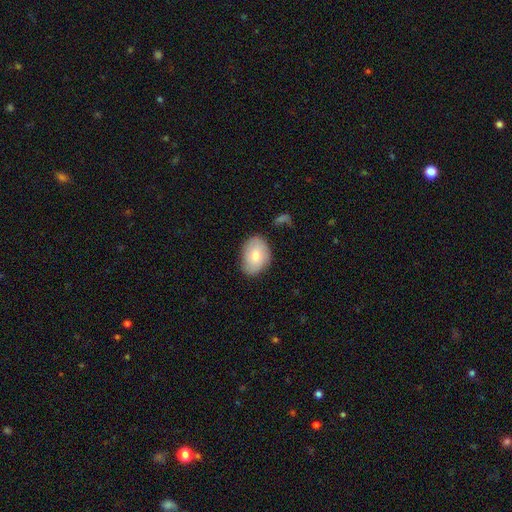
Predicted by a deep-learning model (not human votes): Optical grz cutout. It shows a smooth galaxy with no disk features (69%) that is in between round and cigar-shaped (78%). Merging: none (75%).